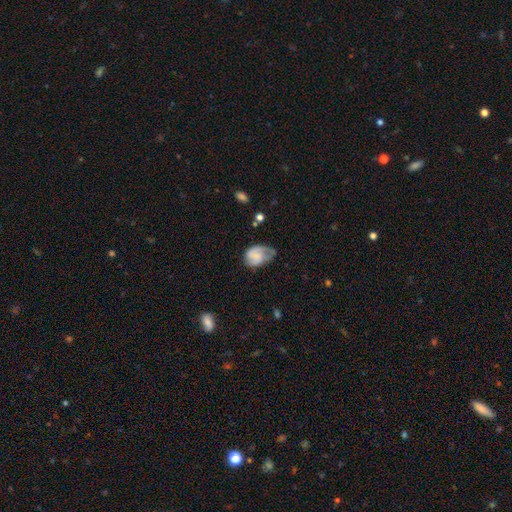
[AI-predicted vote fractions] smooth-or-featured: featured or disk: 50% | smooth: 42% | star or artifact: 8%
  disk-edge-on: no: 97% | yes: 3%
  merging: none: 35% (tied) | minor disturbance: 35% (tied) | major disturbance: 28% | merger: 3%